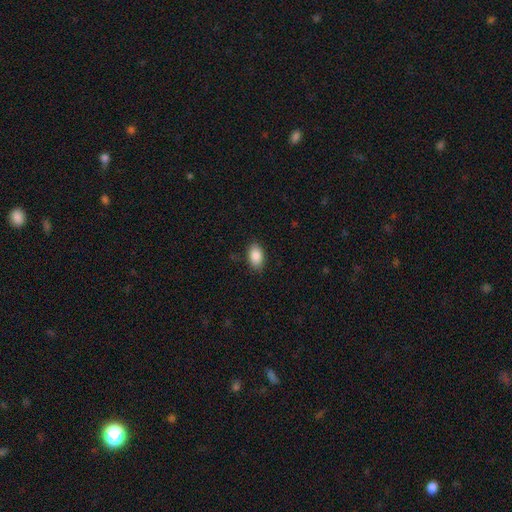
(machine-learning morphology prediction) smooth-or-featured: smooth: 88% | star or artifact: 7% | featured or disk: 5%
  how-rounded: in between: 92% | round: 6% | cigar-shaped: 2%
  merging: none: 85% | minor disturbance: 11% | major disturbance: 3% | merger: 1%